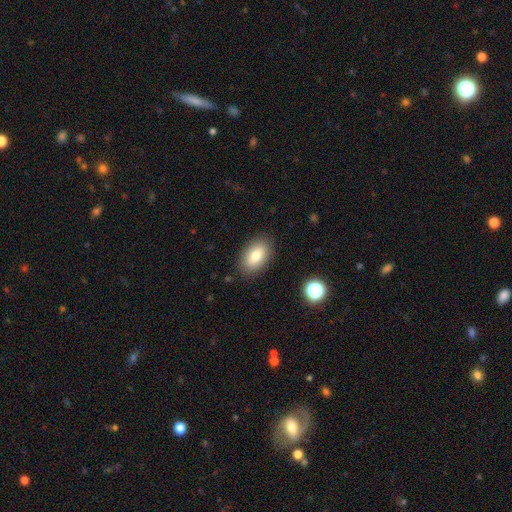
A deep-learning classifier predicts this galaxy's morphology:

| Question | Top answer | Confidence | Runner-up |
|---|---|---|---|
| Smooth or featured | smooth | 78% | featured or disk (13%) |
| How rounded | in between | 90% | round (8%) |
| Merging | none | 86% | minor disturbance (10%) |